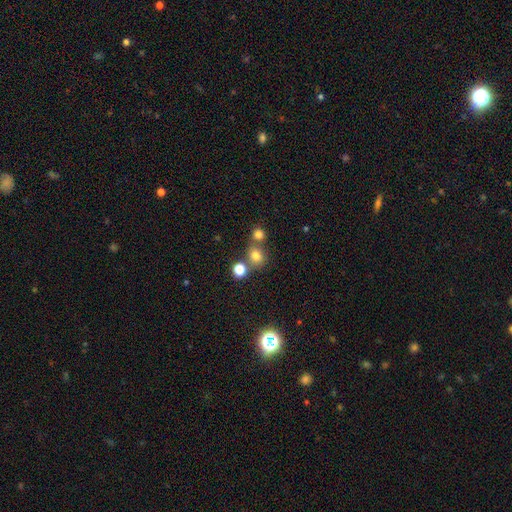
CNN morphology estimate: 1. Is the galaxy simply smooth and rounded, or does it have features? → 74% smooth, 17% star or artifact, 8% featured or disk.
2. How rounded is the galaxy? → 77% round, 22% in between, 1% cigar-shaped.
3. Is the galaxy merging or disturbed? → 60% none, 28% merger, 9% minor disturbance, 4% major disturbance.